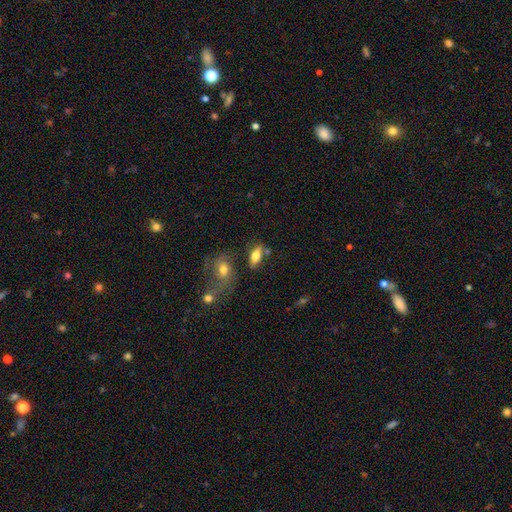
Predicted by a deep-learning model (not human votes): Smooth or featured? Predicted: smooth (p=0.68). How rounded? Predicted: in between (p=0.79). Merging? Predicted: none (p=0.66).